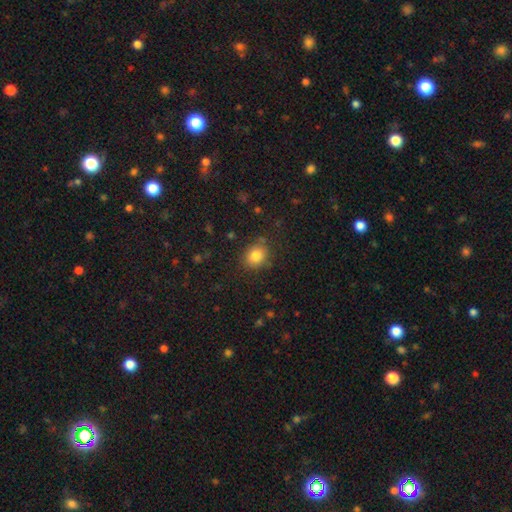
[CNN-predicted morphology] This is clearly a smooth galaxy (82%). How rounded: likely round (63%). Merging: clearly none (82%).